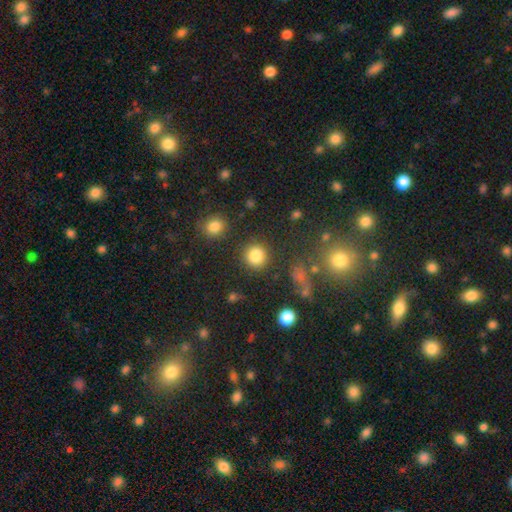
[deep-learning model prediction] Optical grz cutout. It shows a smooth galaxy with no disk features (84%) that is round (90%). Merging: none (86%).